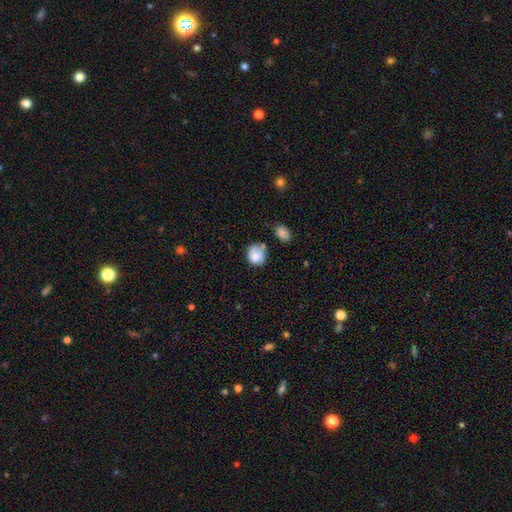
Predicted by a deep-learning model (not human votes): This is clearly a smooth galaxy (81%). How rounded: likely round (75%). Merging: possibly none (49%).